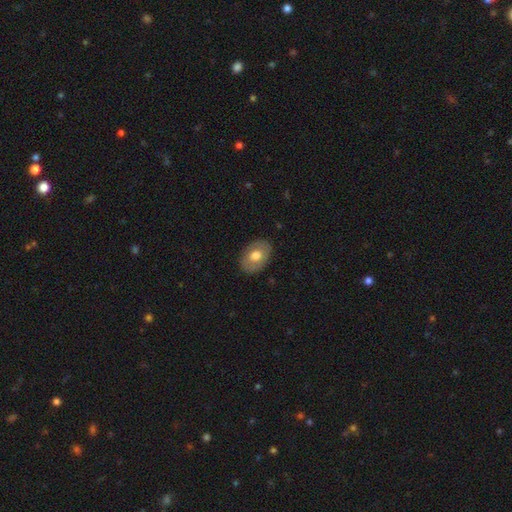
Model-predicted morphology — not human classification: smooth 66%, featured or disk 28%, star or artifact 6%. Down the decision tree: how rounded — in between (80%); merging — none (86%).